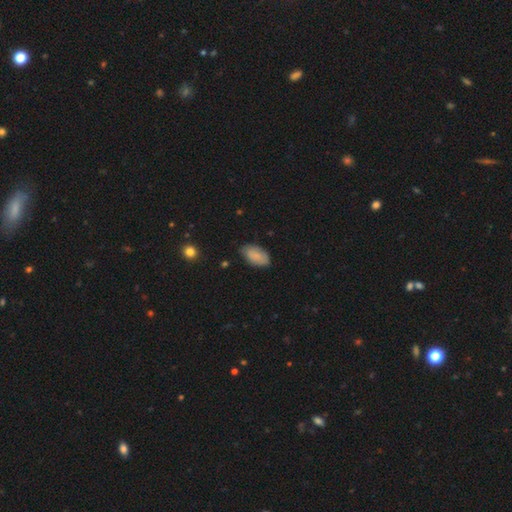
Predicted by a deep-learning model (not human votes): smooth-or-featured: smooth: 82% | featured or disk: 11% | star or artifact: 7%
  how-rounded: in between: 94% | round: 3% | cigar-shaped: 2%
  merging: none: 75% | minor disturbance: 20% | major disturbance: 3% | merger: 1%